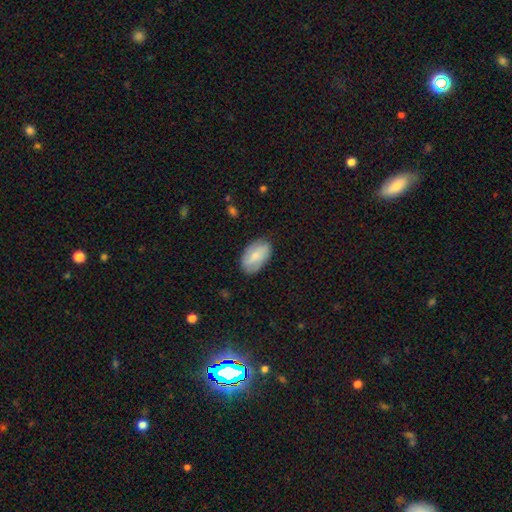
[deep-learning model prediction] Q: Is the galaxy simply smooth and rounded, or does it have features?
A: smooth — 67%.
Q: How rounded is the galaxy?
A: in between — 93%.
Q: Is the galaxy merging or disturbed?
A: none — 80%.